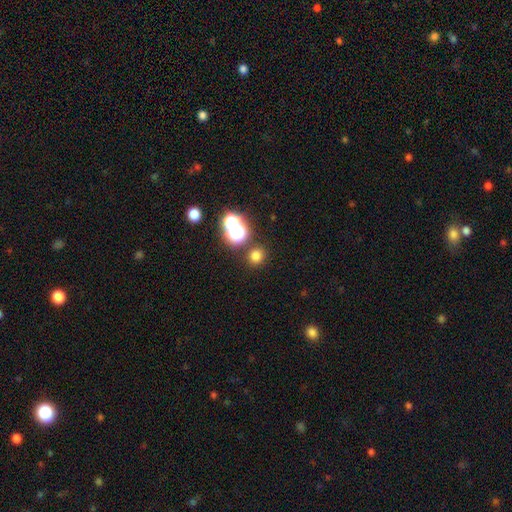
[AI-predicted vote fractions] This is likely a smooth galaxy (71%). How rounded: clearly round (82%). Merging: likely none (79%).